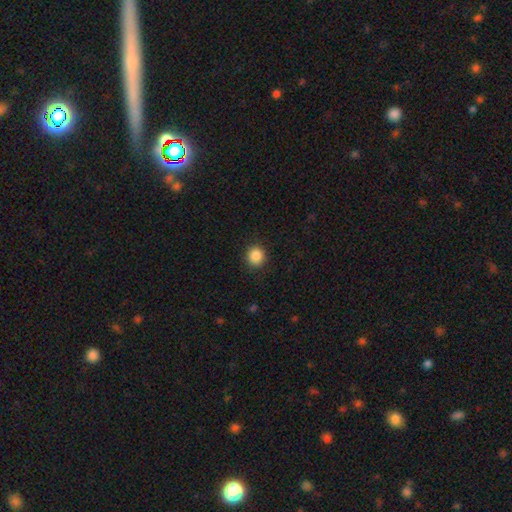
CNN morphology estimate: The model was most divided on "smooth or featured": smooth: 87%, star or artifact: 10%, featured or disk: 3%. More confident: merging — none (90%); how rounded — round (90%).